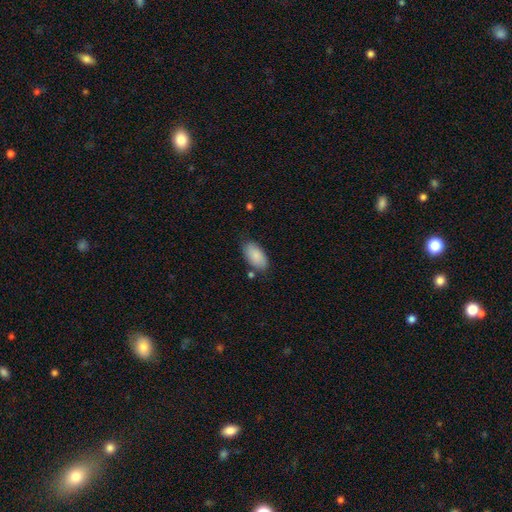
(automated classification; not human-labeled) smooth-or-featured: smooth: 87% | featured or disk: 7% | star or artifact: 6%
  how-rounded: in between: 94% | cigar-shaped: 3% | round: 2%
  merging: none: 76% | minor disturbance: 16% | merger: 4% | major disturbance: 3%